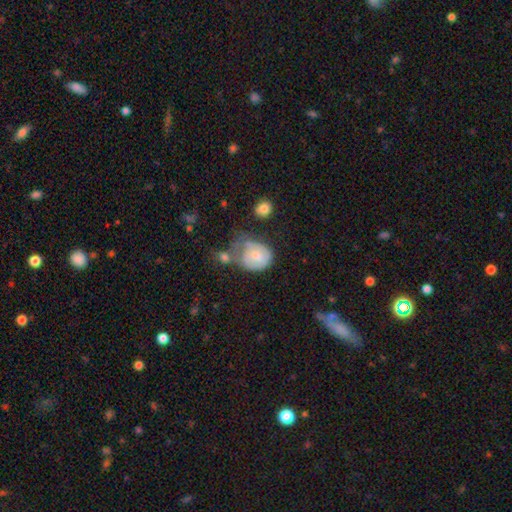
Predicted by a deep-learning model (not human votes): Smooth or featured?
  - smooth: 56% *
  - featured or disk: 37%
  - star or artifact: 7%
How rounded?
  - round: 62% *
  - in between: 38%
  - cigar-shaped: 1%
Merging?
  - major disturbance: 29% *
  - minor disturbance: 26%
  - none: 25%
  - merger: 20%